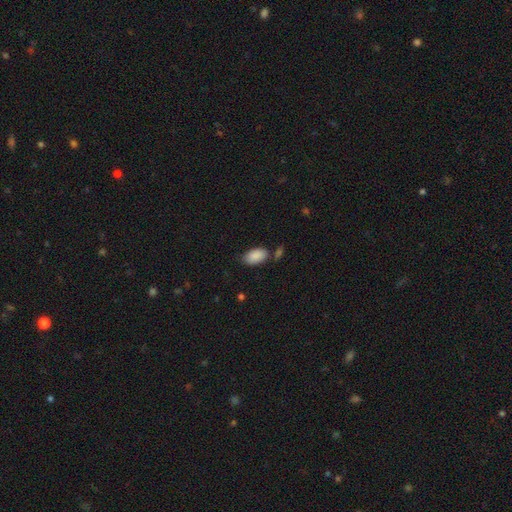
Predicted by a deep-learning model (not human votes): A smooth galaxy with no disk features (89%) that is in between round and cigar-shaped (95%). Merging: none (71%).